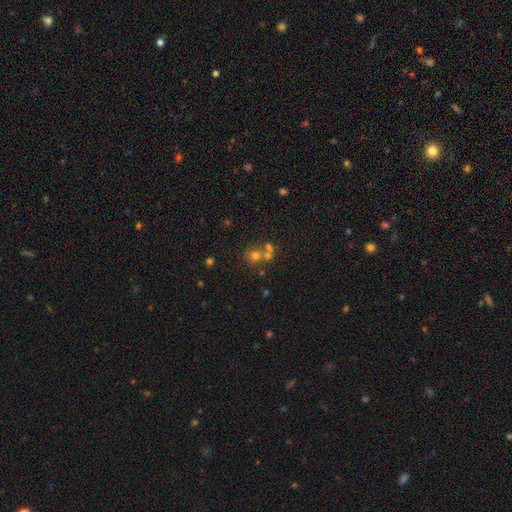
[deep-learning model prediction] Smooth or featured? smooth (59%)
How rounded? round (83%)
Merging? none (45%)